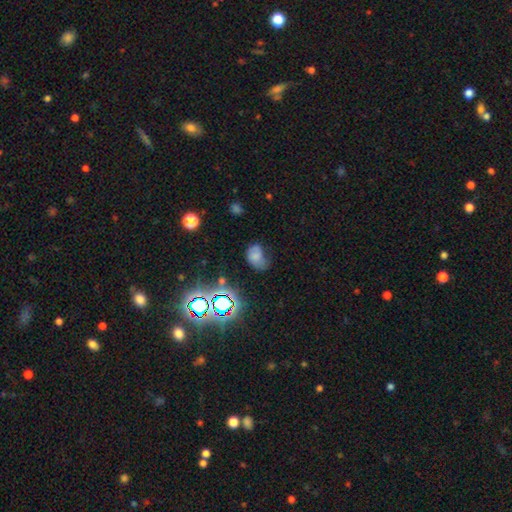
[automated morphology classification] A smooth galaxy with no disk features (64%) that is in between round and cigar-shaped (77%).

Vote fractions:
- Smooth or featured? smooth: 64% / star or artifact: 20% / featured or disk: 17%
- How rounded? in between: 77% / round: 22% / cigar-shaped: 1%
- Merging? minor disturbance: 36% (tied) / none: 36% (tied) / major disturbance: 23% / merger: 5%